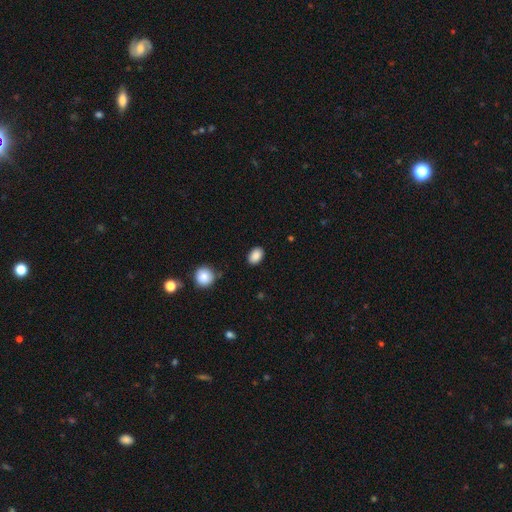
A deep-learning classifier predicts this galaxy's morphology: smooth-or-featured: smooth: 88% | star or artifact: 8% | featured or disk: 4%
  how-rounded: in between: 80% | round: 18% | cigar-shaped: 1%
  merging: none: 86% | minor disturbance: 10% | major disturbance: 3% | merger: 2%